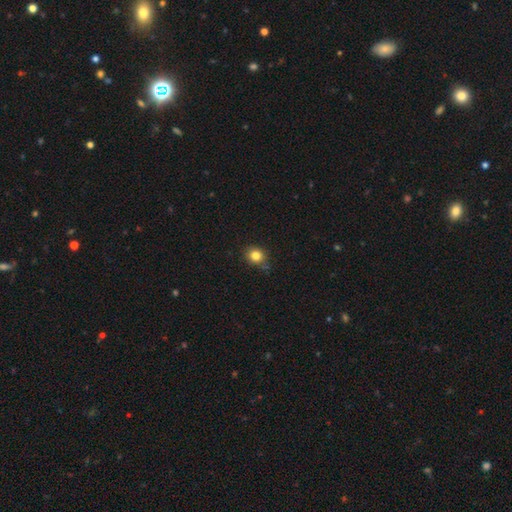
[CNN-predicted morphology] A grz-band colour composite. It shows a smooth galaxy with no disk features (83%) that is round (76%). Merging: none (79%).